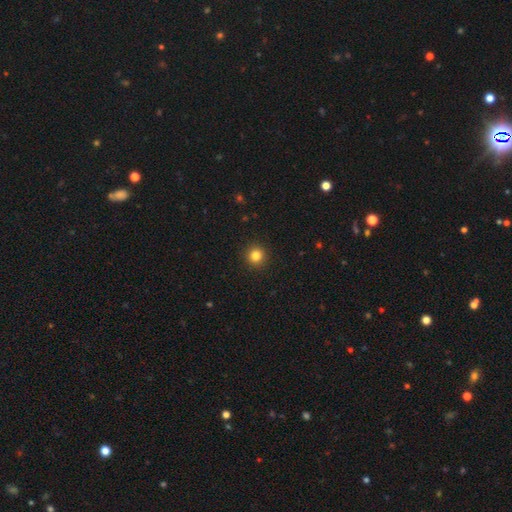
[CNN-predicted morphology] type=smooth (83%); roundness=round (93%); merging=none (93%).